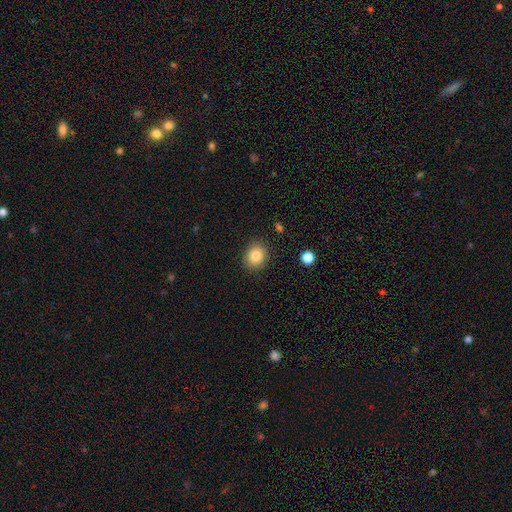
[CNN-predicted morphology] This appears to be a smooth galaxy with no disk features (84%) that is round (70%). Merging: none (88%).